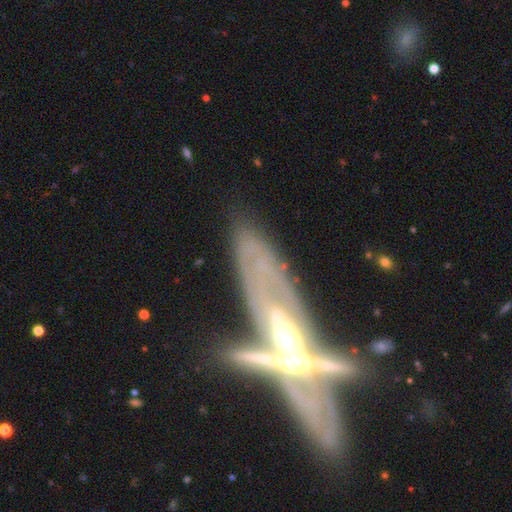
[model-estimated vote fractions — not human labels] The model was most divided on "merging": merger: 36%, none: 31%, major disturbance: 18%, minor disturbance: 15%. More confident: smooth or featured — featured or disk (73%); edge-on disk — yes (58%).